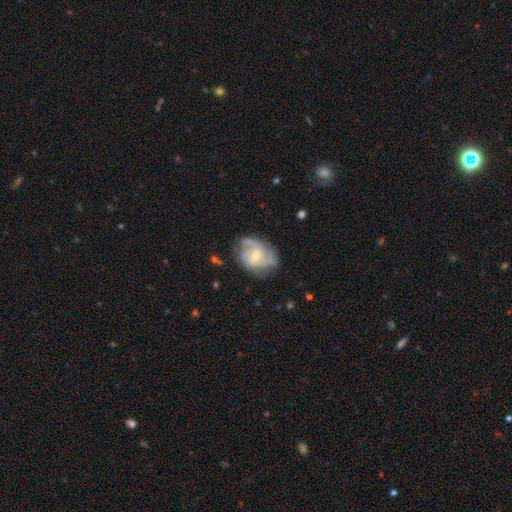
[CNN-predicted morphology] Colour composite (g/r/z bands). It shows a featured or disk galaxy (75%) with a weak bar (46%), 2 (42%) tight (44%) spiral arms (88%) and a small central bulge (53%). Merging: none (58%).